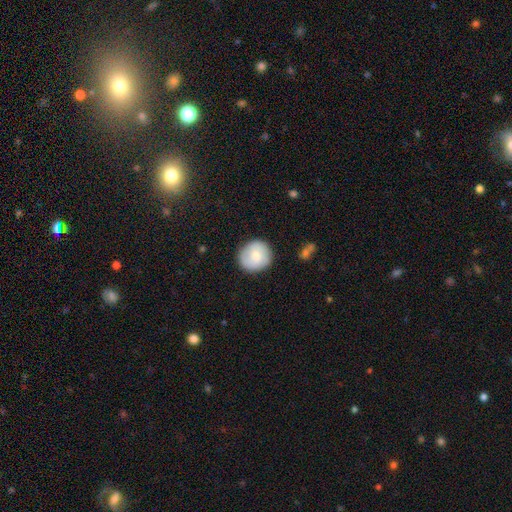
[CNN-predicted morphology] This appears to be a smooth galaxy with no disk features (71%) that is round (92%). Merging: none (87%).